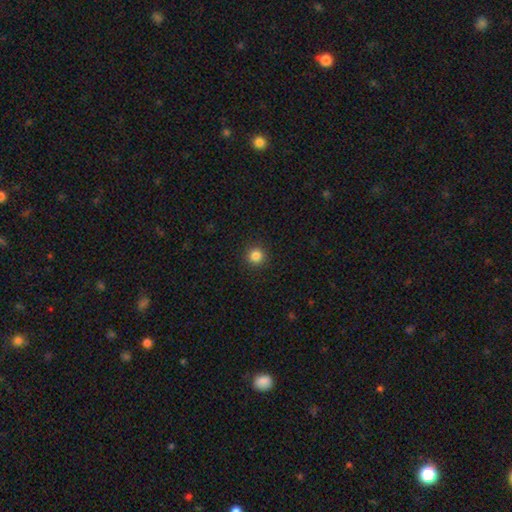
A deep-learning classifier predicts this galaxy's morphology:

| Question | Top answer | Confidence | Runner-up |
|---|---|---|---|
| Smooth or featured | smooth | 84% | star or artifact (12%) |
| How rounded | round | 95% | in between (4%) |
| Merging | none | 93% | minor disturbance (5%) |